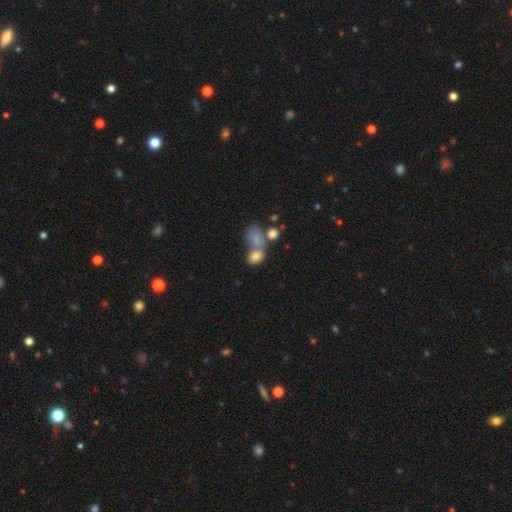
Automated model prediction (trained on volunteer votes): This is likely a smooth galaxy (76%). How rounded: likely in between (71%). Merging: possibly merger (53%).